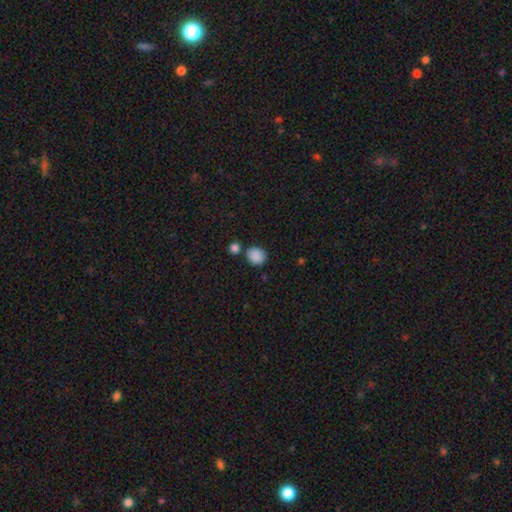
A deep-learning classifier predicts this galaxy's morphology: Smooth or featured: smooth — 88% (star or artifact — 9%)
How rounded: round — 74% (in between — 25%)
Merging: none — 73% (merger — 12%)